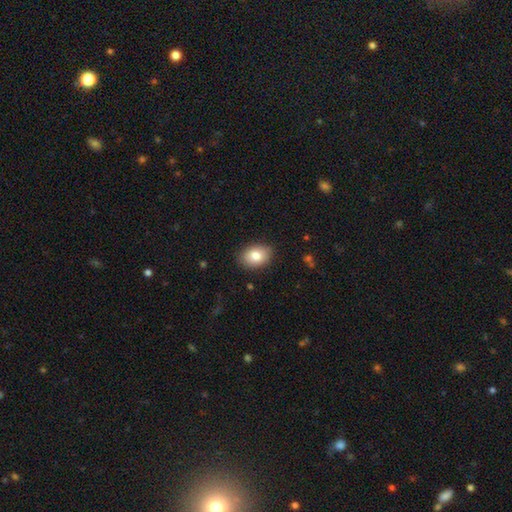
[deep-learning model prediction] smooth-or-featured: smooth: 82% | featured or disk: 11% | star or artifact: 8%
  how-rounded: in between: 77% | round: 22% | cigar-shaped: 1%
  merging: none: 86% | minor disturbance: 10% | major disturbance: 2% | merger: 1%